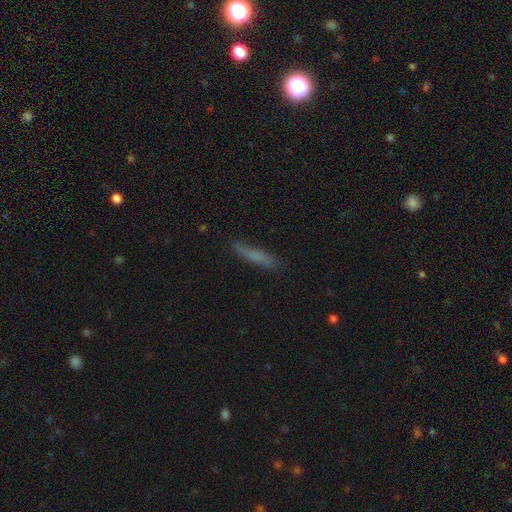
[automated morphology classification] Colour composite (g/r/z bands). It shows a smooth galaxy with no disk features (68%) that is cigar-shaped (89%). Merging: none (79%).